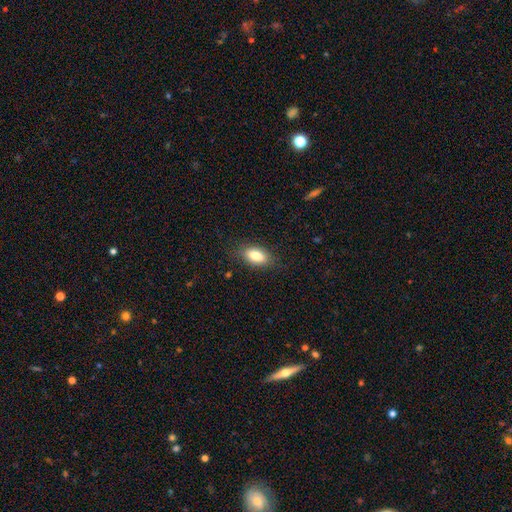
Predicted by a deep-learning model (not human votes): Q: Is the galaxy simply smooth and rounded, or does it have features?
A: smooth — 84%.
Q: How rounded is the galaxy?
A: in between — 88%.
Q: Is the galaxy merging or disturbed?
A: none — 83%.